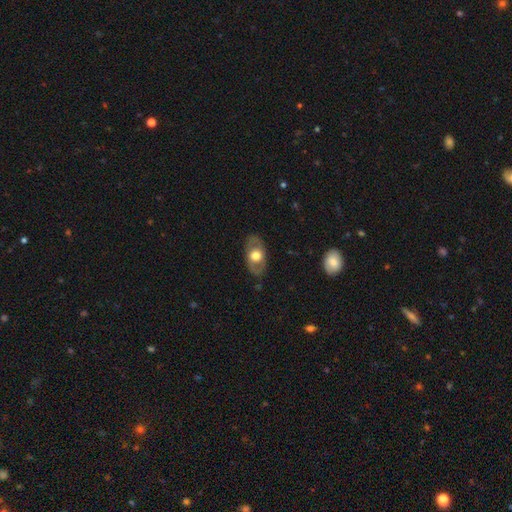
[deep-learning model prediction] Overall: featured or disk (48%; smooth 47%). Merging: none (81%).